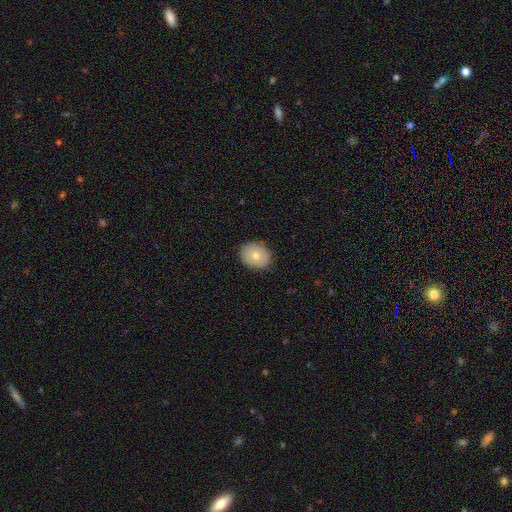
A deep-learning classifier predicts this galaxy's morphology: Smooth or featured?
  - smooth: 73% *
  - featured or disk: 20%
  - star or artifact: 7%
How rounded?
  - round: 55% *
  - in between: 44%
  - cigar-shaped: 1%
Merging?
  - none: 88% *
  - minor disturbance: 9%
  - major disturbance: 2%
  - merger: 1%